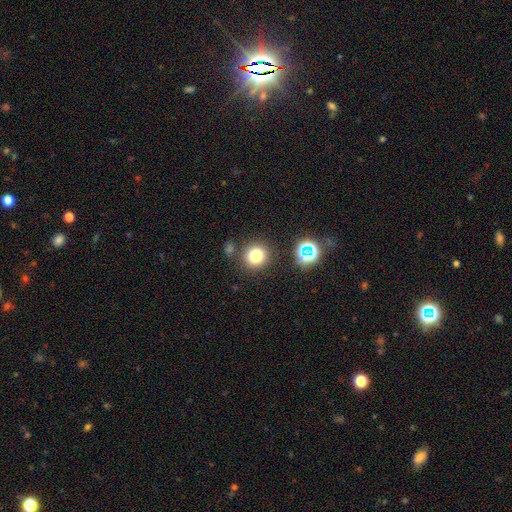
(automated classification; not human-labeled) Smooth or featured? smooth (76%)
How rounded? round (92%)
Merging? none (83%)